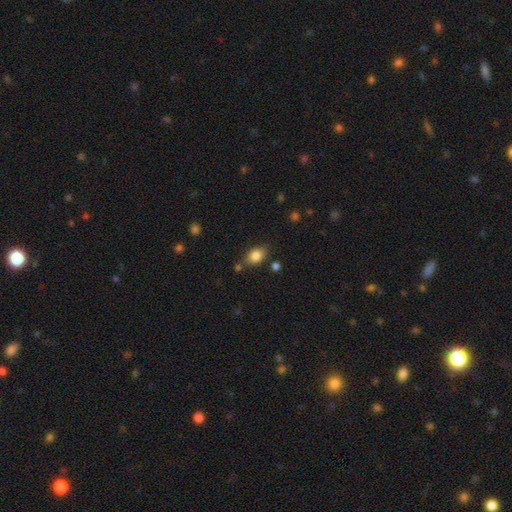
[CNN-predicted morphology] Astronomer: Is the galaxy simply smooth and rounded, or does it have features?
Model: smooth — 83%.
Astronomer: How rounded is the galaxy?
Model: in between — 77%.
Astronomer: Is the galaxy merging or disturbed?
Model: none — 72%.